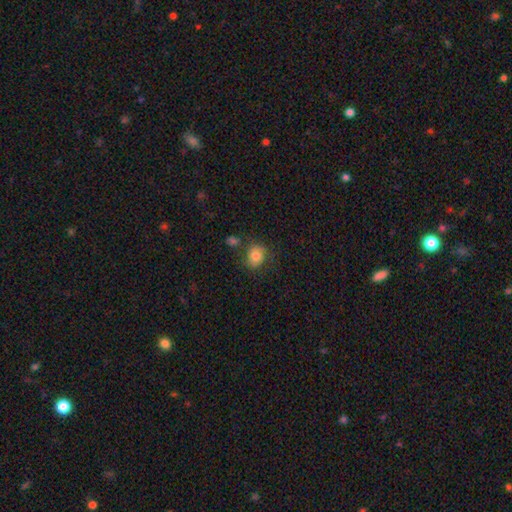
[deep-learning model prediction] Overall: smooth (78%). How rounded: round (61%; in between 38%). Merging: none (66%).